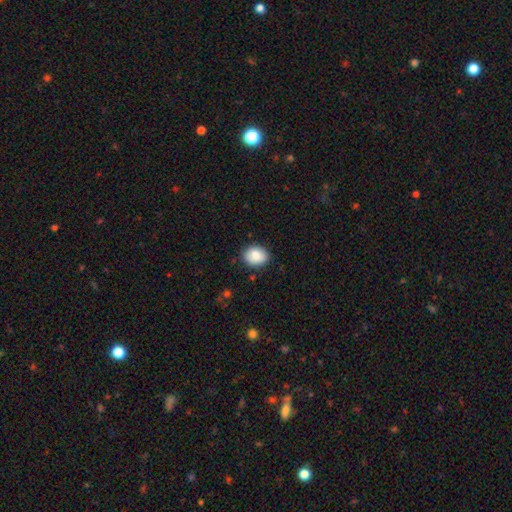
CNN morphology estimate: Smooth or featured: smooth — 87% (star or artifact — 8%)
How rounded: round — 50% (in between — 49%)
Merging: none — 87% (minor disturbance — 10%)